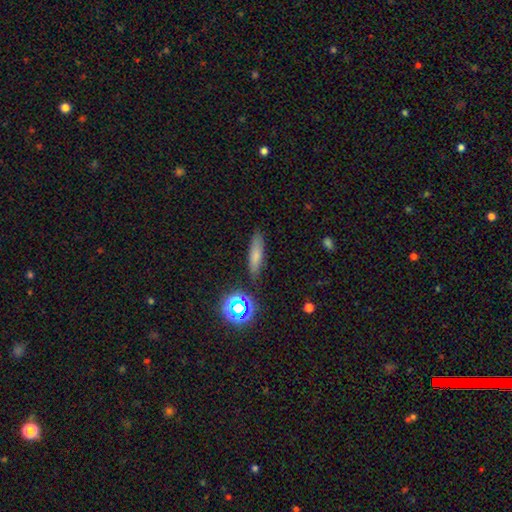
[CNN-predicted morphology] Smooth or featured: smooth — 71% (featured or disk — 15%)
How rounded: cigar-shaped — 72% (in between — 24%)
Merging: none — 84% (minor disturbance — 11%)